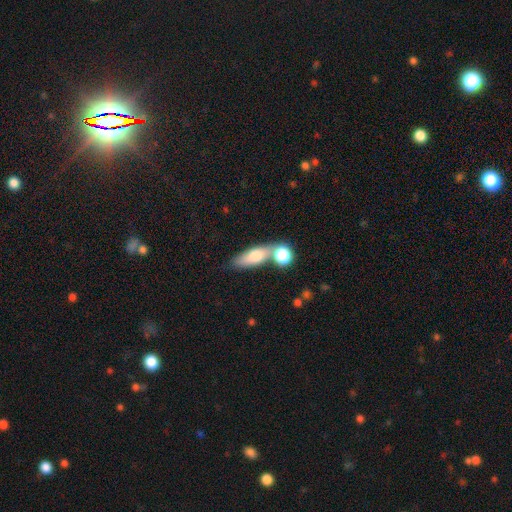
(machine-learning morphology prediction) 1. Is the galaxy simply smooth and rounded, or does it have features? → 70% smooth, 23% featured or disk, 7% star or artifact.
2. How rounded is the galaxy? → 60% in between, 31% cigar-shaped, 9% round.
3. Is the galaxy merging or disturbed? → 43% none, 40% merger, 11% minor disturbance, 5% major disturbance.